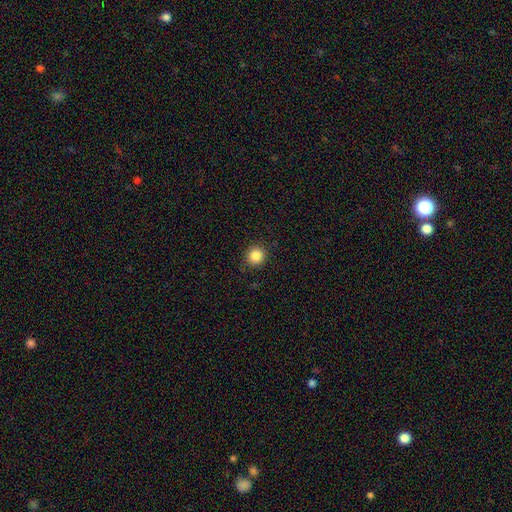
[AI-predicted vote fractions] Smooth or featured? Predicted: smooth (p=0.85). How rounded? Predicted: round (p=0.92). Merging? Predicted: none (p=0.90).